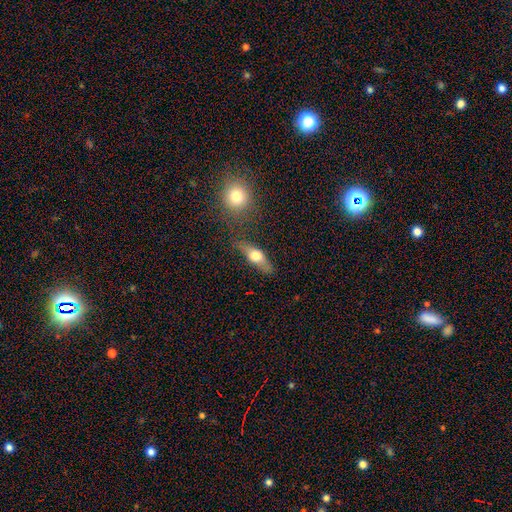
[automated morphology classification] Smooth or featured? Predicted: smooth (p=0.53). How rounded? Predicted: in between (p=0.52). Merging? Predicted: none (p=0.69).